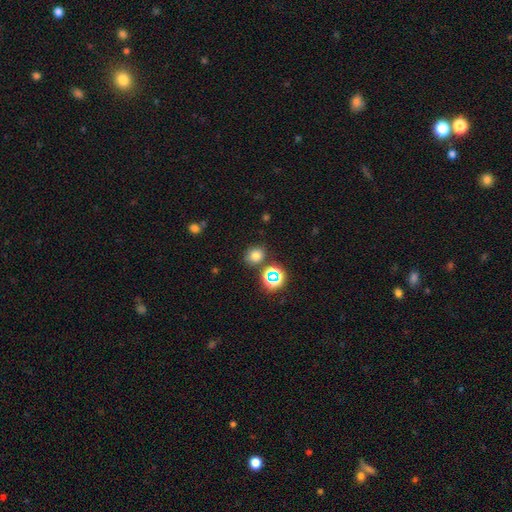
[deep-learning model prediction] Morphology: type=smooth (72%); roundness=round (69%); merging=none (77%).